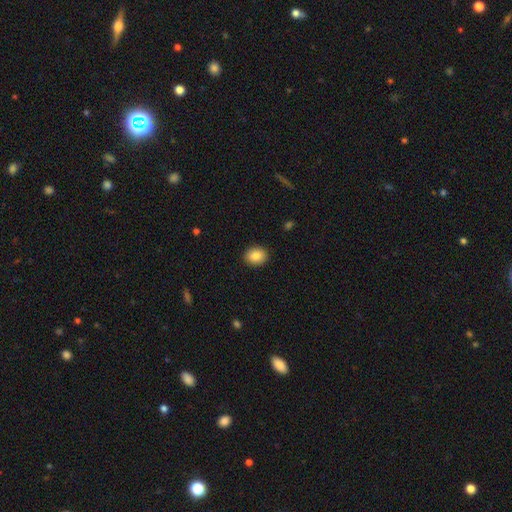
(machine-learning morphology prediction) type=smooth (87%); roundness=in between (52%); merging=none (91%).